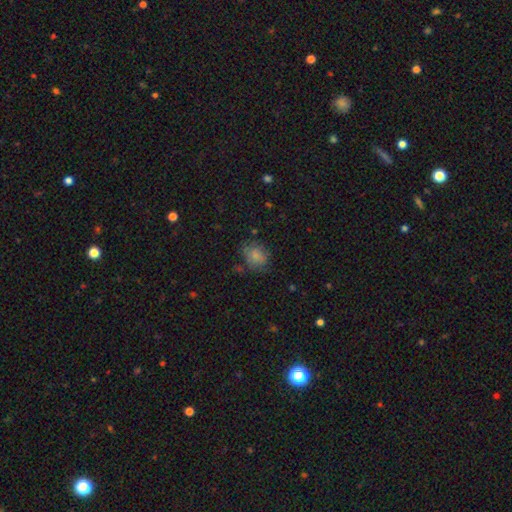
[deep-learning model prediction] Overall: smooth (75%). How rounded: round (55%; in between 44%). Merging: none (64%).